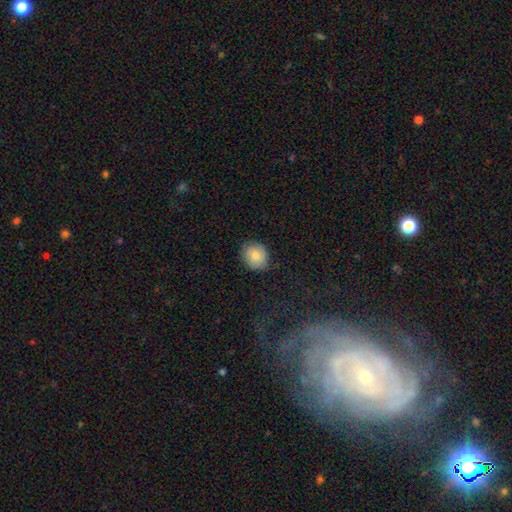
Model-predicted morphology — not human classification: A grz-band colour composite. It shows a smooth galaxy with no disk features (81%) that is round (75%). Merging: none (80%).